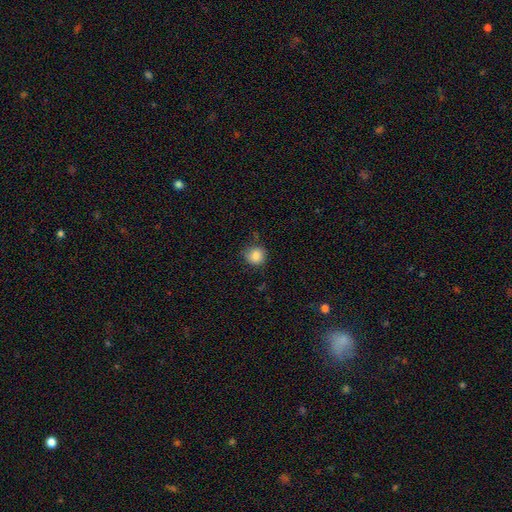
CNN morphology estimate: smooth 85%, star or artifact 10%, featured or disk 5%. Down the decision tree: how rounded — round (89%); merging — none (81%).